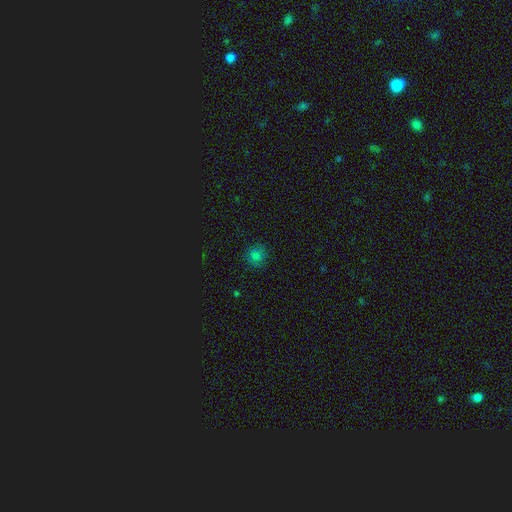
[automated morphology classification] This is likely a smooth galaxy (77%). How rounded: clearly round (89%). Merging: clearly none (85%).